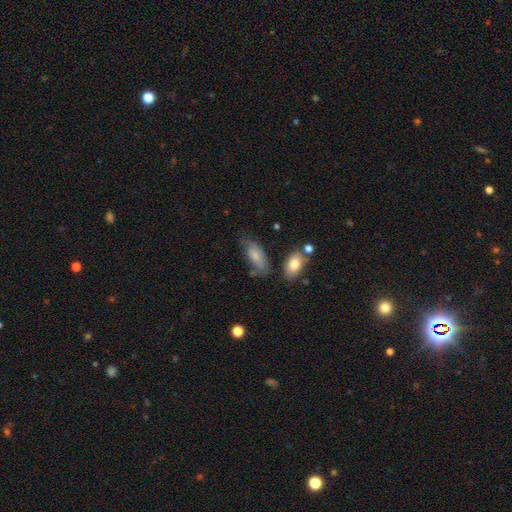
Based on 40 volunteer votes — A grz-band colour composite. It shows a smooth galaxy with no disk features (57%) that is in between round and cigar-shaped (96%). Merging: none (49%).